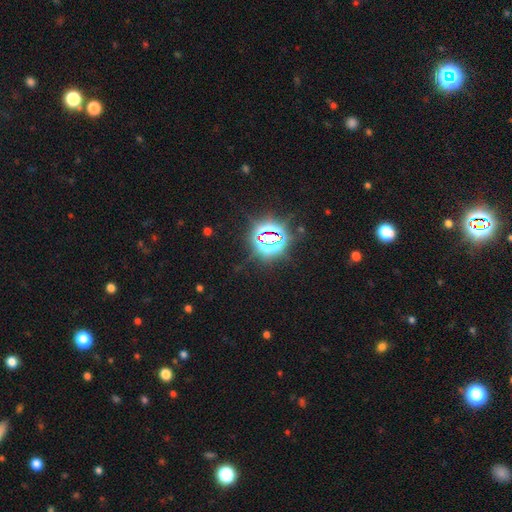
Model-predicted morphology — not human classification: The model was most divided on "smooth or featured": star or artifact: 82%, smooth: 11%, featured or disk: 7%.